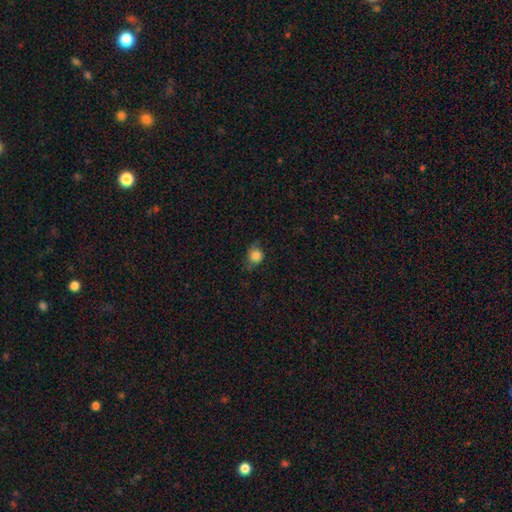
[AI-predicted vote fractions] Smooth or featured? smooth (84%)
How rounded? round (81%)
Merging? none (66%)